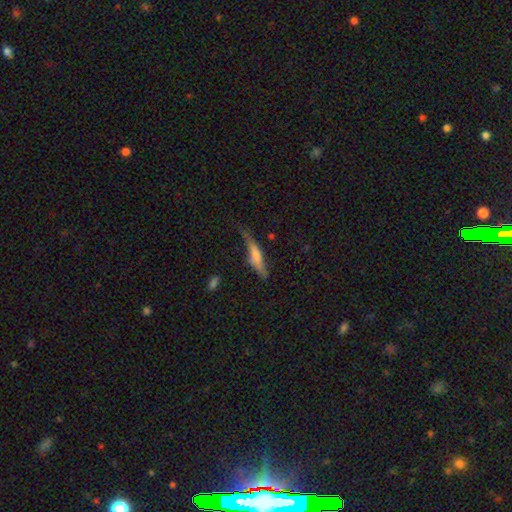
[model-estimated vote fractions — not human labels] This appears to be a smooth galaxy with no disk features (55%) that is cigar-shaped (80%). Merging: none (50%).